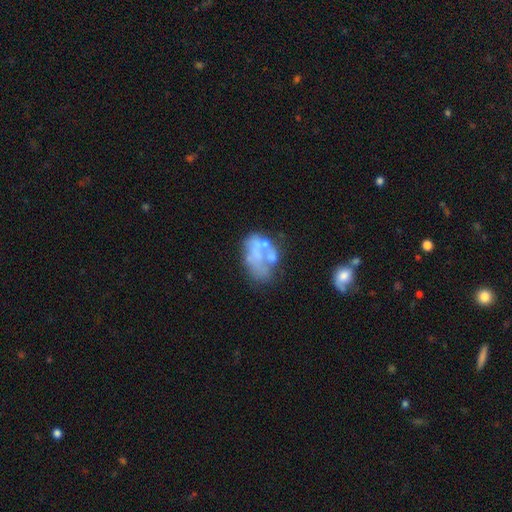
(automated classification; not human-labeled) The model was most divided on "merging": none: 32%, major disturbance: 25%, merger: 24%, minor disturbance: 19%. More confident: edge-on disk — no (98%); spiral arms — no (92%); bar — no (90%); bulge size — none (72%); smooth or featured — featured or disk (57%).